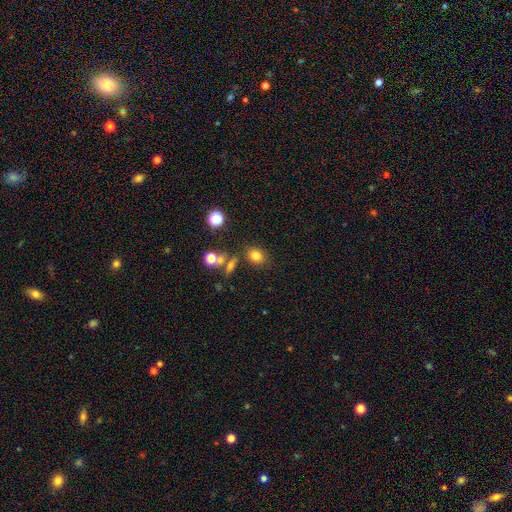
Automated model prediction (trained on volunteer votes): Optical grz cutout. It shows a smooth galaxy with no disk features (78%) that is round (50%). Merging: none (76%).